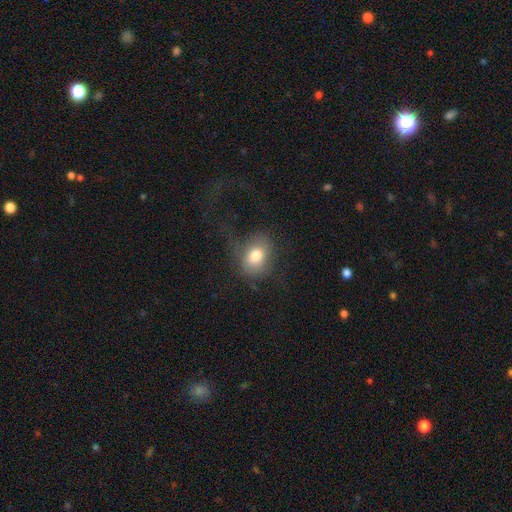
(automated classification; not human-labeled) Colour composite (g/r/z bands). It shows a smooth galaxy with no disk features (75%) that is in between round and cigar-shaped (57%). Merging: none (56%).